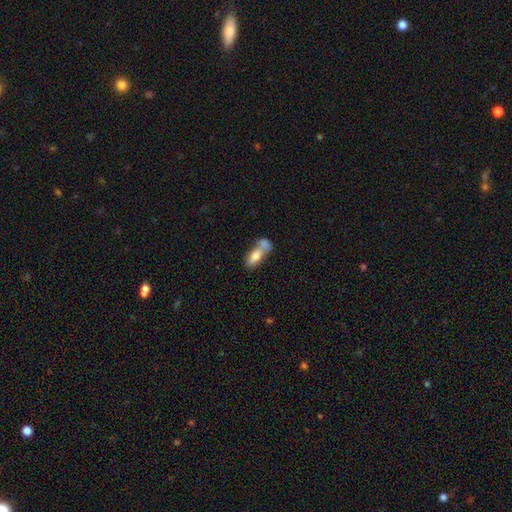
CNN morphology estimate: smooth 70%, featured or disk 22%, star or artifact 7%. Down the decision tree: how rounded — in between (82%); merging — merger (59%).